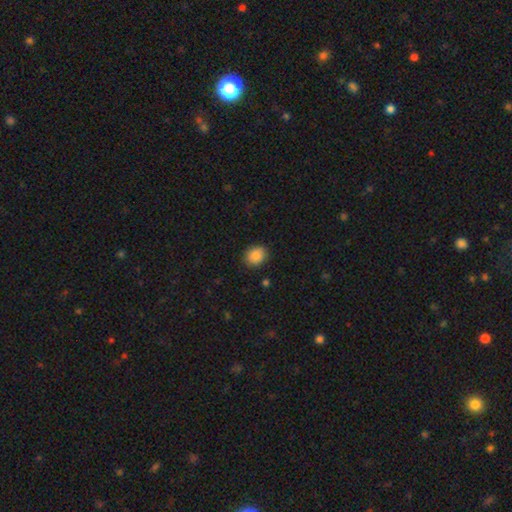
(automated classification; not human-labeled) This is clearly a smooth galaxy (89%). How rounded: possibly round (58%). Merging: clearly none (88%).